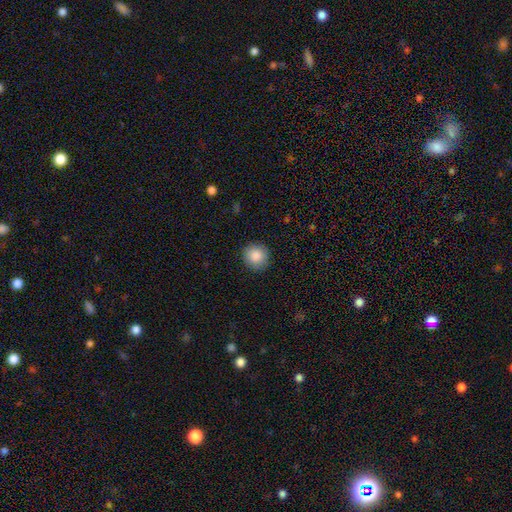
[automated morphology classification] smooth 88%, star or artifact 8%, featured or disk 5%. Down the decision tree: how rounded — round (92%); merging — none (89%).